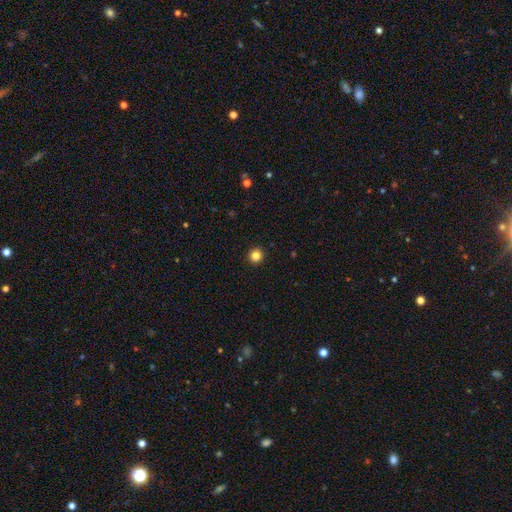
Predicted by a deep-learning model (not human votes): This is clearly a smooth galaxy (83%). How rounded: clearly round (91%). Merging: clearly none (93%).